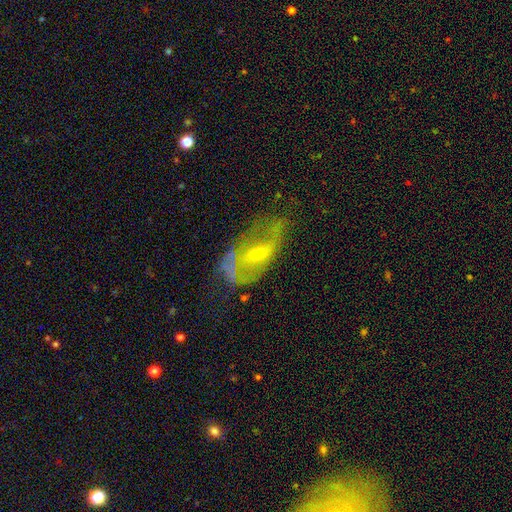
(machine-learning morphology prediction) featured or disk 69%, smooth 20%, star or artifact 10%. Down the decision tree: edge-on disk — no (91%); bar — no (52%); spiral arms — yes (59%); bulge size — small (56%); merging — none (45%).